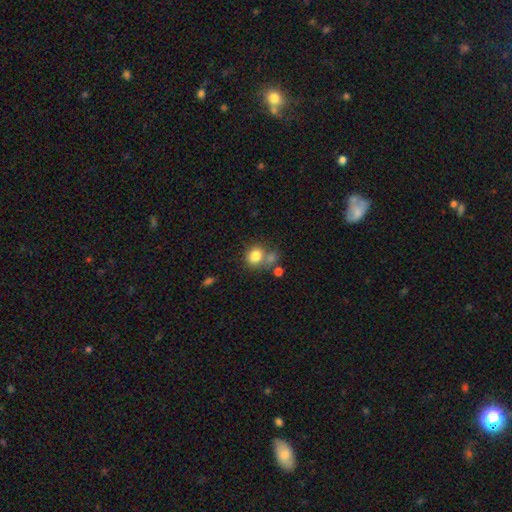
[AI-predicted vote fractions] A smooth galaxy with no disk features (81%) that is round (68%).

Vote fractions:
- Smooth or featured? smooth: 81% / star or artifact: 11% / featured or disk: 9%
- How rounded? round: 68% / in between: 31% / cigar-shaped: 1%
- Merging? none: 53% / merger: 27% / minor disturbance: 13% / major disturbance: 6%